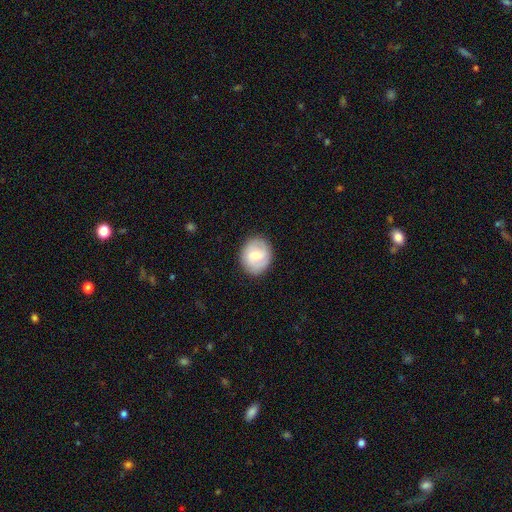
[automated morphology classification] This appears to be a smooth galaxy with no disk features (53%) that is round (66%). Merging: none (85%).